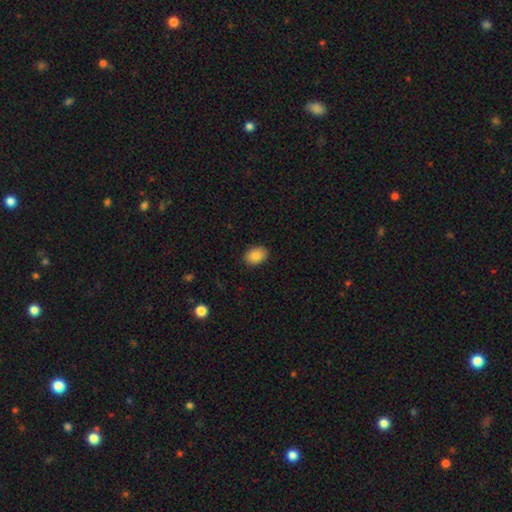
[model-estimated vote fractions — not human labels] The model was most divided on "how rounded": in between: 76%, round: 23%, cigar-shaped: 1%. More confident: merging — none (88%); smooth or featured — smooth (88%).